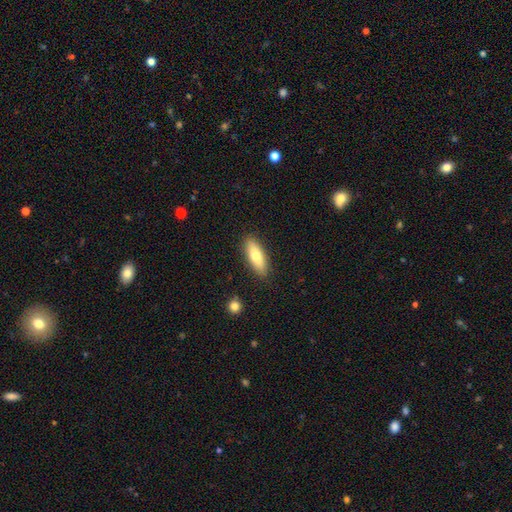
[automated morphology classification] A smooth galaxy with no disk features (74%) that is in between round and cigar-shaped (63%). Merging: none (88%).